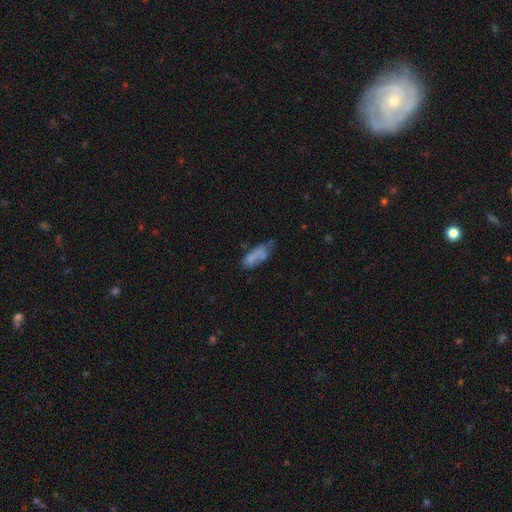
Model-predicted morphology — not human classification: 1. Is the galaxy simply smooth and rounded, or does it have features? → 65% smooth, 25% featured or disk, 10% star or artifact.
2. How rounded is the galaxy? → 71% in between, 27% cigar-shaped, 3% round.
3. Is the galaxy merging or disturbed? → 41% none, 29% minor disturbance, 19% major disturbance, 11% merger.